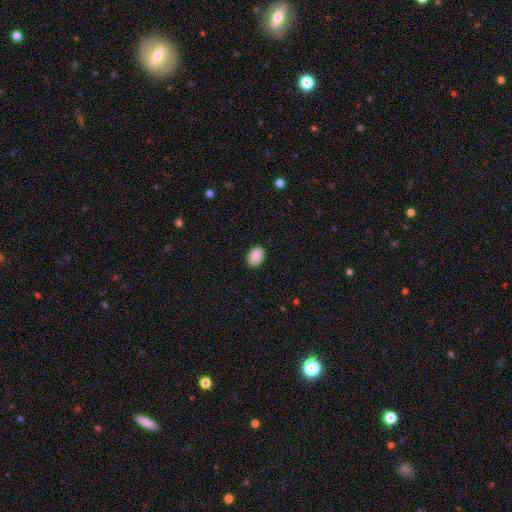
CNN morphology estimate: This appears to be a smooth galaxy with no disk features (88%) that is in between round and cigar-shaped (83%). Merging: none (85%).